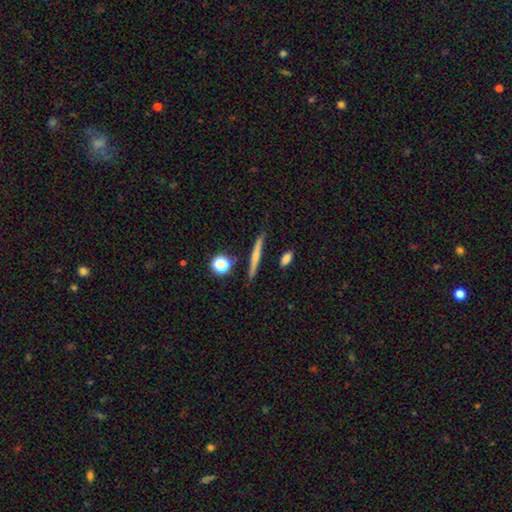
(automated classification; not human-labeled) A smooth galaxy with no disk features (46%, tied with featured or disk).

Vote fractions:
- Smooth or featured? smooth: 46% (tied) / featured or disk: 46% (tied) / star or artifact: 9%
- Merging? none: 85% / minor disturbance: 9% / merger: 3% / major disturbance: 2%